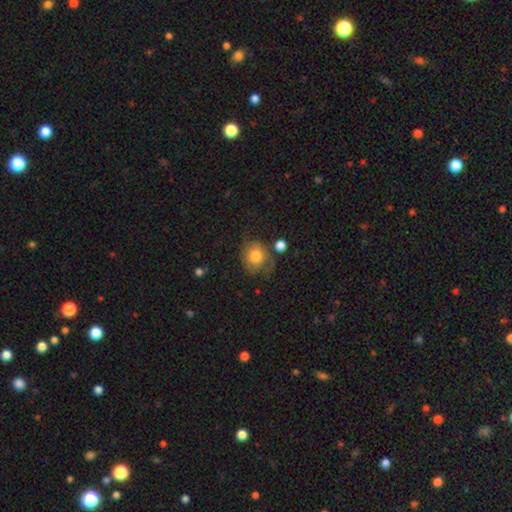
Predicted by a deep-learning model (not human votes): Smooth or featured: smooth — 72% (featured or disk — 19%)
How rounded: round — 76% (in between — 23%)
Merging: none — 52% (minor disturbance — 27%)